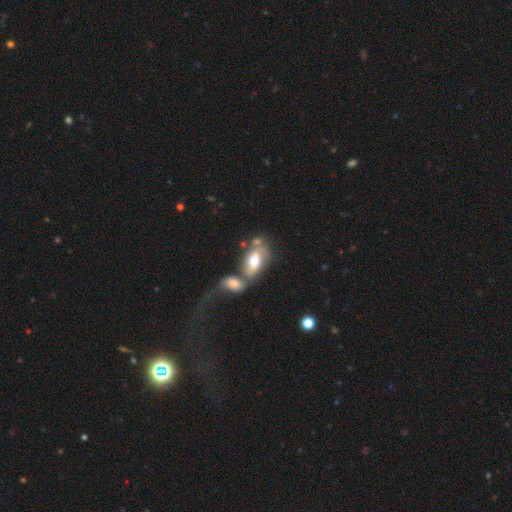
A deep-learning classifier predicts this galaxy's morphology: Smooth or featured: smooth — 58% (featured or disk — 34%)
How rounded: in between — 90% (round — 7%)
Merging: merger — 49% (none — 29%)